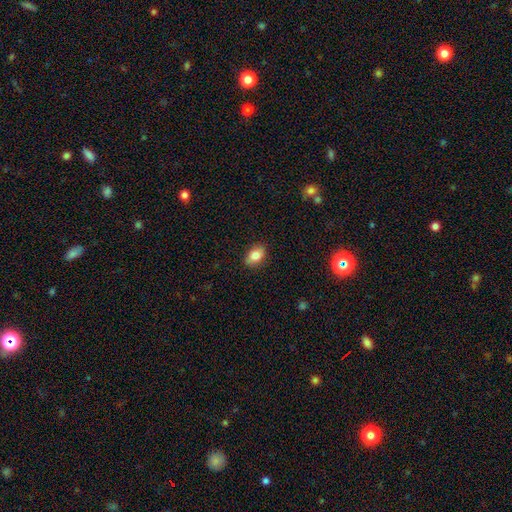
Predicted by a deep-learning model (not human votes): A smooth galaxy with no disk features (82%) that is in between round and cigar-shaped (84%). Merging: none (87%).